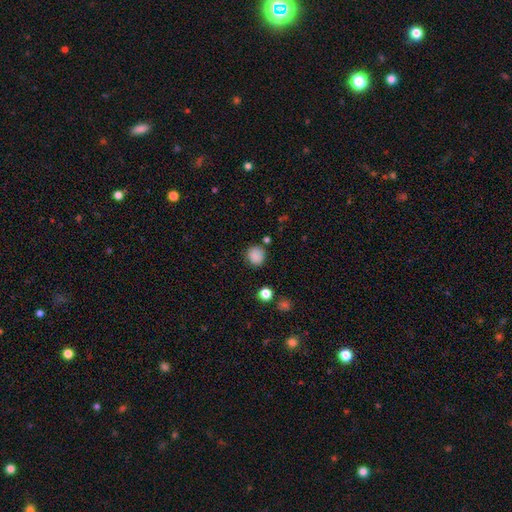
smooth_or_featured: smooth (p=0.80) [alt: star or artifact p=0.12]
how_rounded: round (p=0.81) [alt: in between p=0.19]
merging: none (p=0.71) [alt: minor disturbance p=0.14]